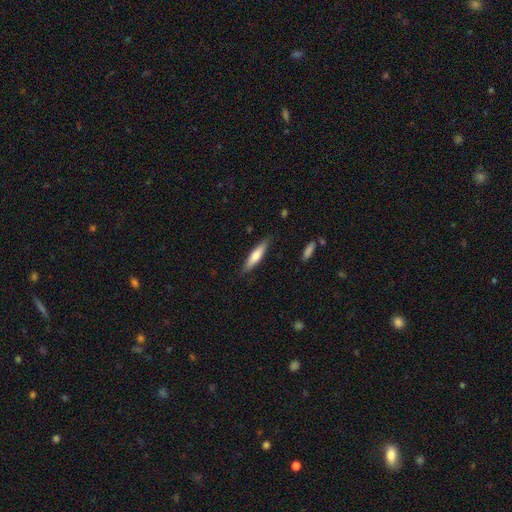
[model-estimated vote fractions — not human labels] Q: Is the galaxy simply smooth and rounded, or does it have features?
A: smooth — 65%.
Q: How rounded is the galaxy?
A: cigar-shaped — 78%.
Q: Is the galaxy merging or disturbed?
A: none — 86%.